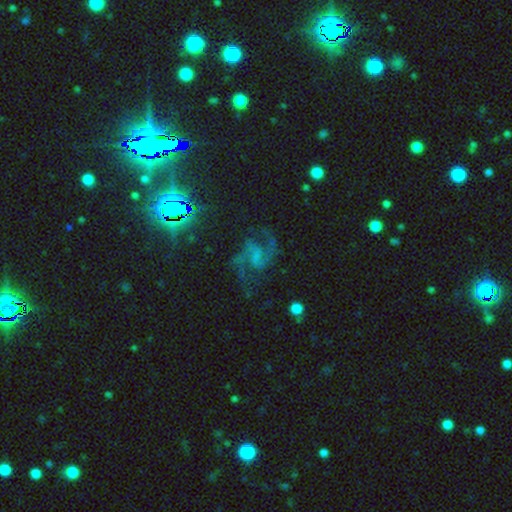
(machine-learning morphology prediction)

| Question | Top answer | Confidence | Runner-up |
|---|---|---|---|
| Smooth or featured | featured or disk | 77% | star or artifact (14%) |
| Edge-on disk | no | 98% | yes (2%) |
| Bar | weak | 47% | no (37%) |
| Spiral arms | yes | 95% | no (5%) |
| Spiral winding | medium | 51% | loose (39%) |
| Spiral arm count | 2 | 76% | 3 (9%) |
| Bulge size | none | 48% | small (29%) |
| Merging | none | 62% | major disturbance (19%) |